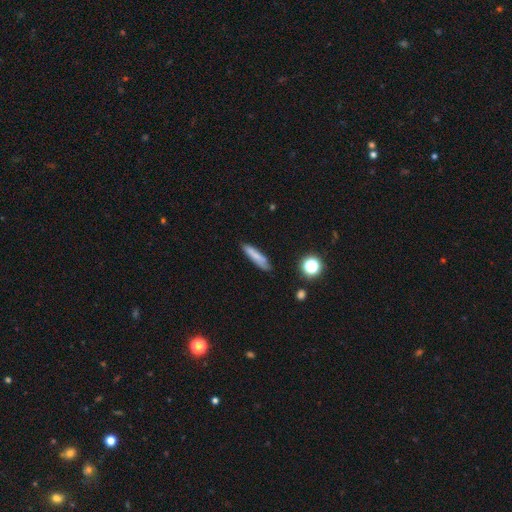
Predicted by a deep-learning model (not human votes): A smooth galaxy with no disk features (72%) that is cigar-shaped (81%). Merging: none (76%).